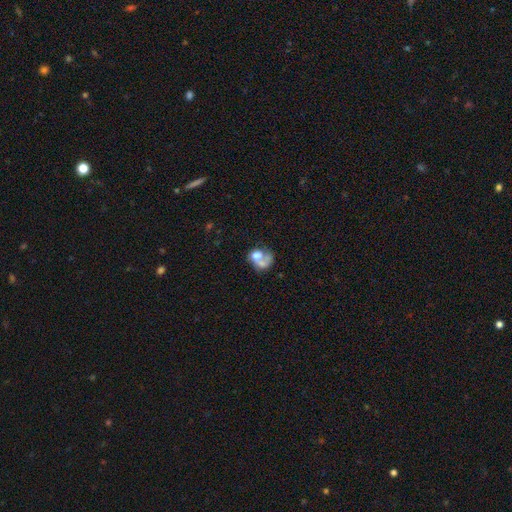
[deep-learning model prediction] smooth_or_featured: smooth (p=0.48) [alt: featured or disk p=0.42]
merging: merger (p=0.58) [alt: none p=0.18]